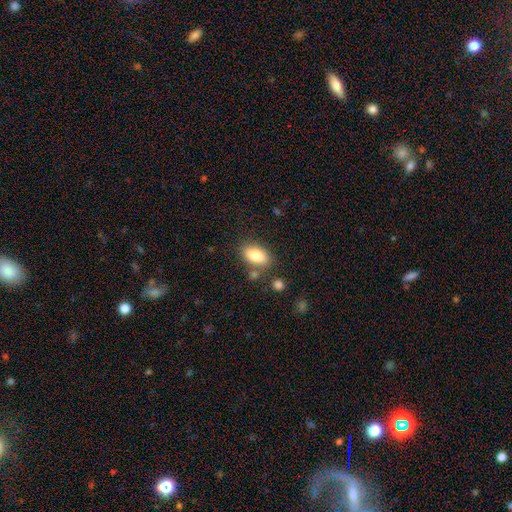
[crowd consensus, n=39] smooth-or-featured: smooth: 90% | featured or disk: 5% | star or artifact: 5%
  how-rounded: in between: 91% | round: 6% | cigar-shaped: 3%
  merging: none: 68% | minor disturbance: 22% | merger: 8% | major disturbance: 3%